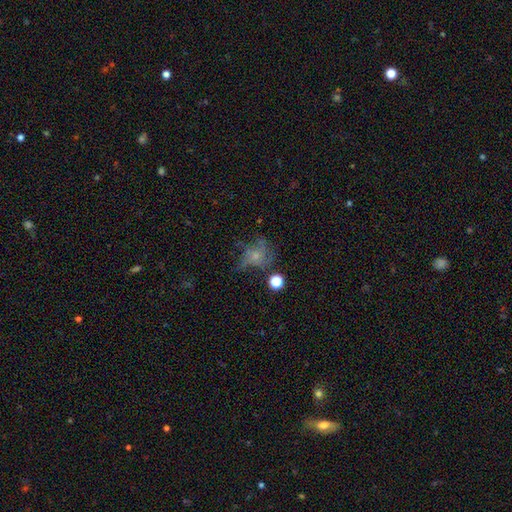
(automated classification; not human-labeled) This is marginally a featured or disk galaxy (42%). Merging: marginally none (43%).